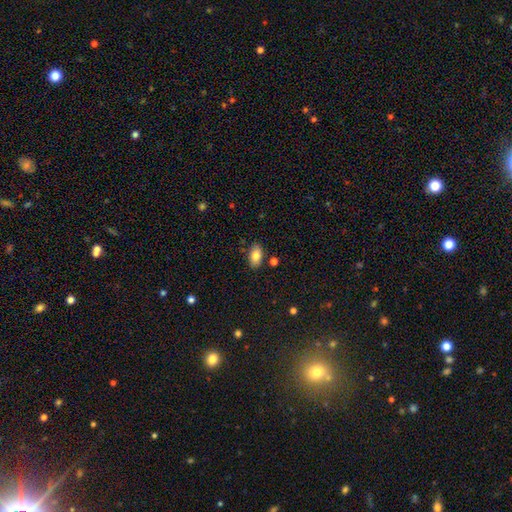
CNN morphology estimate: smooth_or_featured: smooth (p=0.83) [alt: featured or disk p=0.09]
how_rounded: in between (p=0.92) [alt: round p=0.05]
merging: none (p=0.83) [alt: minor disturbance p=0.10]